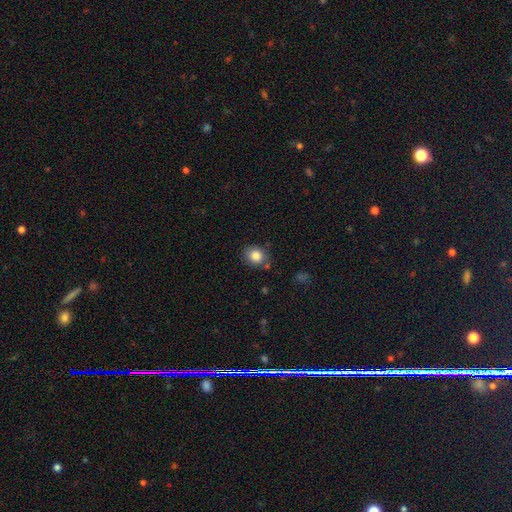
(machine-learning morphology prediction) Overall: smooth (84%). How rounded: round (69%; in between 30%). Merging: none (79%).